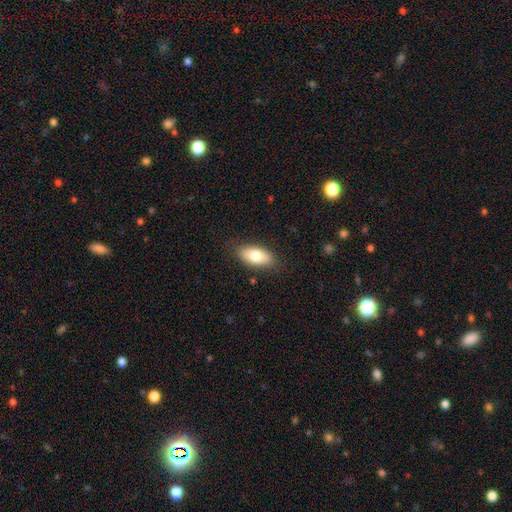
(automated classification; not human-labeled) smooth 76%, featured or disk 18%, star or artifact 6%. Down the decision tree: how rounded — in between (88%); merging — none (84%).